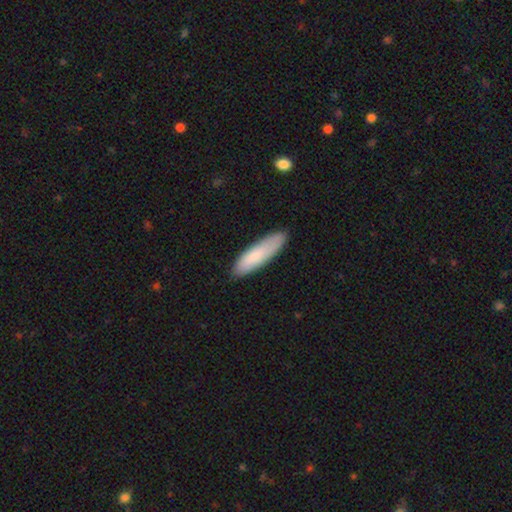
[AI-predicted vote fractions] Q: Smooth or featured?
A: smooth (81%); runner-up: featured or disk (13%)
Q: How rounded?
A: cigar-shaped (65%); runner-up: in between (34%)
Q: Merging?
A: none (83%); runner-up: minor disturbance (13%)